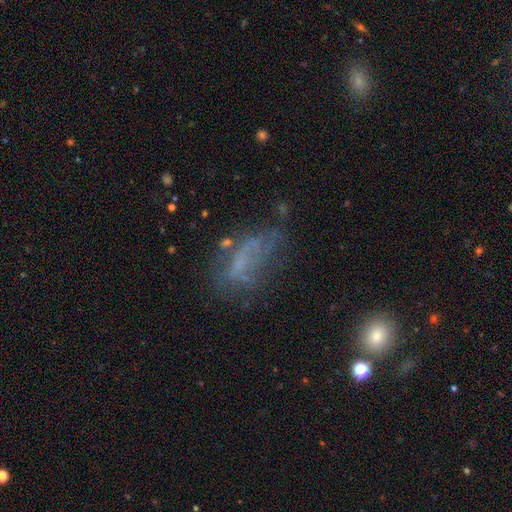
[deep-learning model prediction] Morphology: type=featured or disk (44%); merging=none (35%).